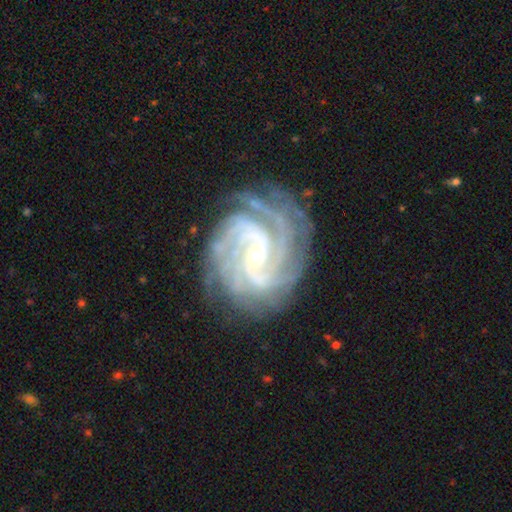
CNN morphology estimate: smooth-or-featured: featured or disk: 92% | star or artifact: 5% | smooth: 3%
  disk-edge-on: no: 98% | yes: 2%
    bar: no: 48% | weak: 36% | strong: 16%
    has-spiral-arms: yes: 99% | no: 1%
      spiral-winding: tight: 72% | medium: 25% | loose: 3%
      spiral-arm-count: 4: 30% | 3: 20% | more than 4: 16% | can't tell: 14% | 2: 12% | 1: 8%
    bulge-size: small: 74% | moderate: 22% | none: 1% | large: 1% | dominant: 1%
  merging: none: 78% | minor disturbance: 15% | major disturbance: 6% | merger: 1%